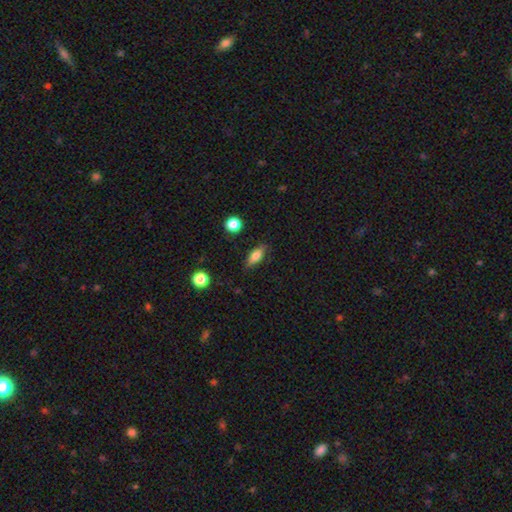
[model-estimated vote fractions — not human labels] Smooth or featured: smooth — 78% (featured or disk — 14%)
How rounded: in between — 74% (cigar-shaped — 21%)
Merging: none — 83% (minor disturbance — 13%)